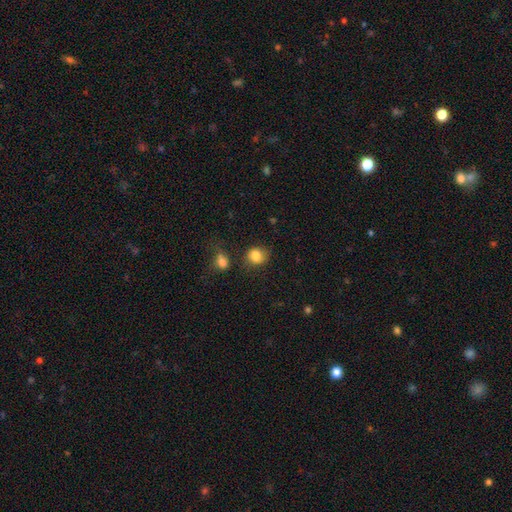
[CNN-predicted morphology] Smooth or featured: smooth — 83% (star or artifact — 10%)
How rounded: round — 75% (in between — 25%)
Merging: none — 72% (minor disturbance — 16%)